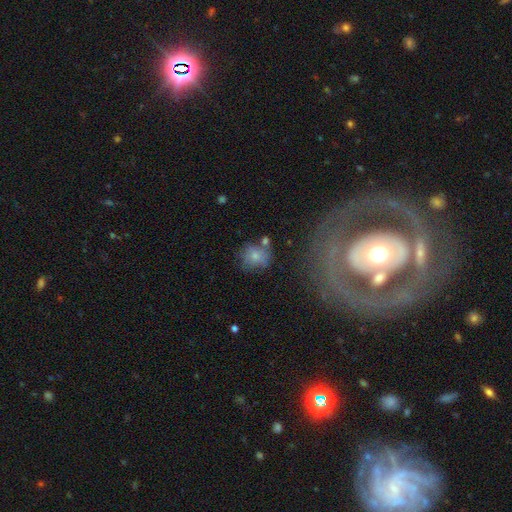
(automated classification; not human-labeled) smooth 71%, featured or disk 17%, star or artifact 11%. Down the decision tree: how rounded — round (74%); merging — none (54%).